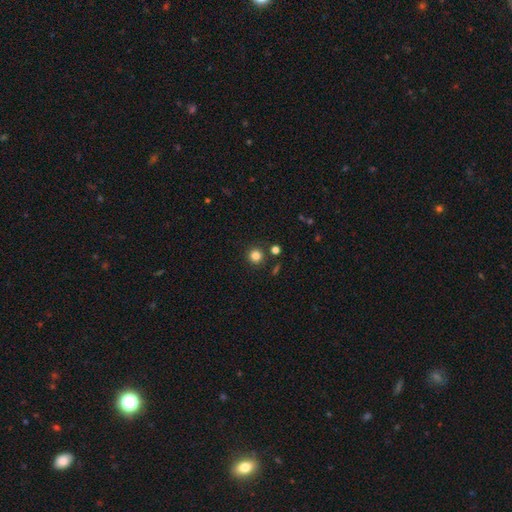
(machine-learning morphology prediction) Q: Smooth or featured?
A: smooth (82%); runner-up: star or artifact (13%)
Q: How rounded?
A: round (94%); runner-up: in between (5%)
Q: Merging?
A: none (86%); runner-up: minor disturbance (6%)